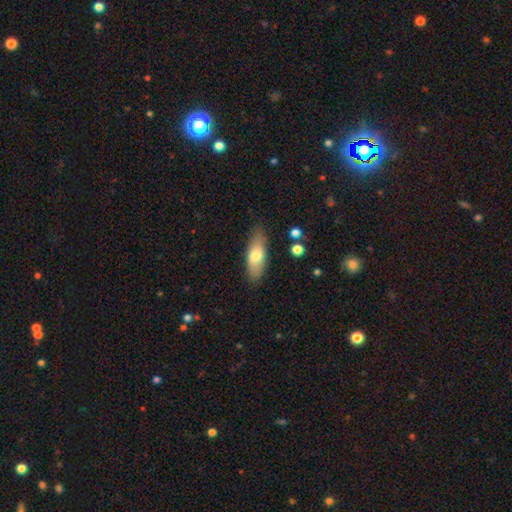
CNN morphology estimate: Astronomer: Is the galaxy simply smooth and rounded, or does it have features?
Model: smooth — 70%.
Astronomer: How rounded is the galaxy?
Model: in between — 70%.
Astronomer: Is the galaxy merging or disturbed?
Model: none — 80%.